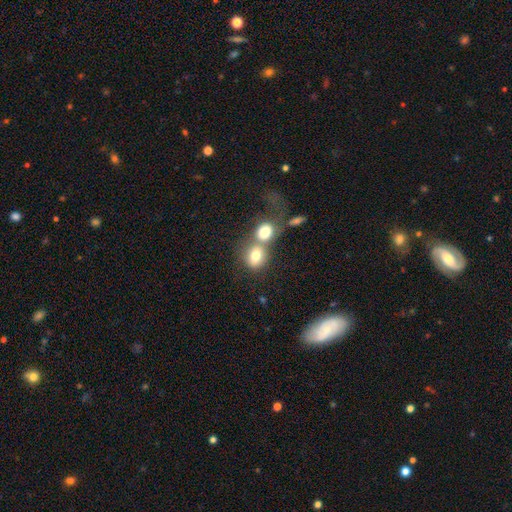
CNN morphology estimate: Smooth or featured? smooth (76%)
How rounded? round (62%)
Merging? merger (58%)